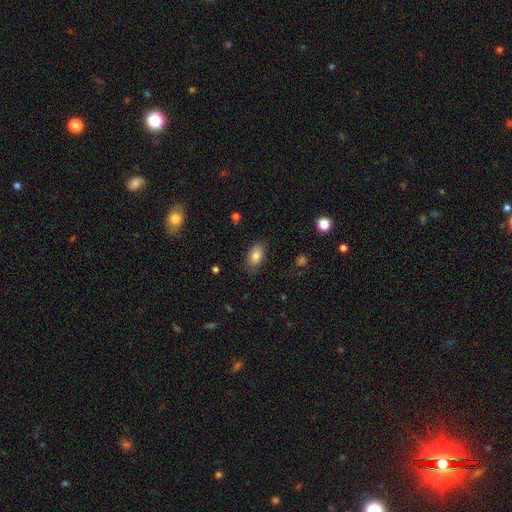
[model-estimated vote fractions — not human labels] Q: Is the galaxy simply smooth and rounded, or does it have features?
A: smooth — 83%.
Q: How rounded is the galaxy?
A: in between — 91%.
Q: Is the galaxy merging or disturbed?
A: none — 82%.